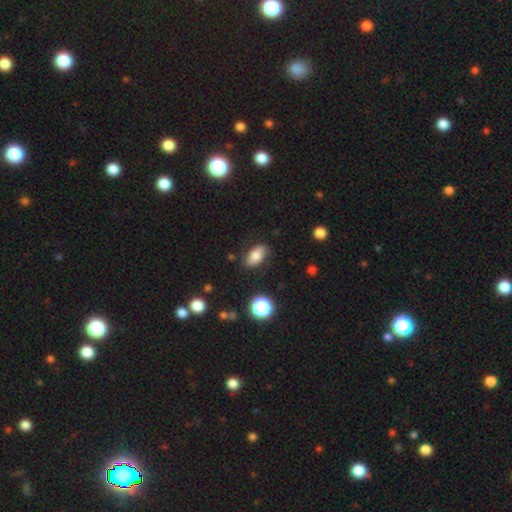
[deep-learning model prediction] smooth 71%, featured or disk 20%, star or artifact 10%. Down the decision tree: how rounded — in between (86%); merging — none (80%).